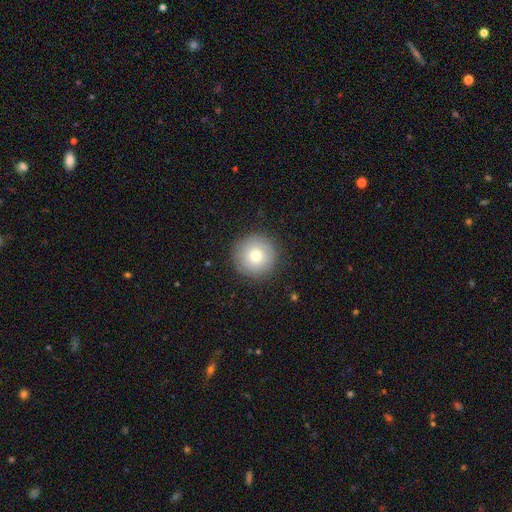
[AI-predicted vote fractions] Smooth or featured? Predicted: smooth (p=0.71). How rounded? Predicted: round (p=0.96). Merging? Predicted: none (p=0.89).